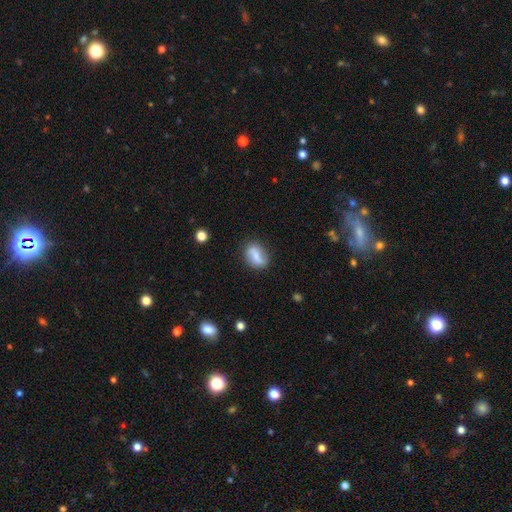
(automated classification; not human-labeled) Smooth or featured: smooth — 57% (featured or disk — 35%)
How rounded: in between — 72% (round — 21%)
Merging: none — 72% (minor disturbance — 19%)